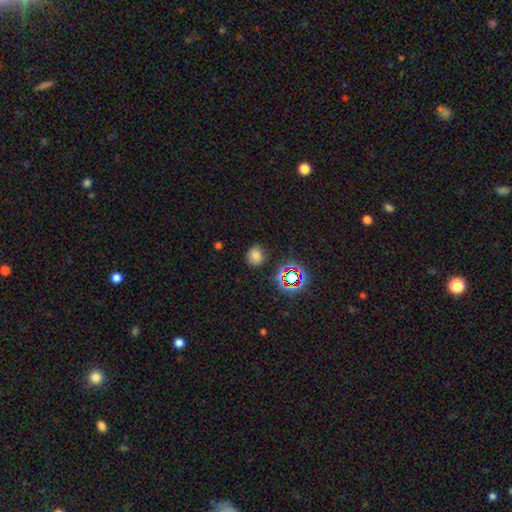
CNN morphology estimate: The model was most divided on "how rounded": round: 66%, in between: 33%, cigar-shaped: 1%. More confident: merging — none (82%); smooth or featured — smooth (70%).